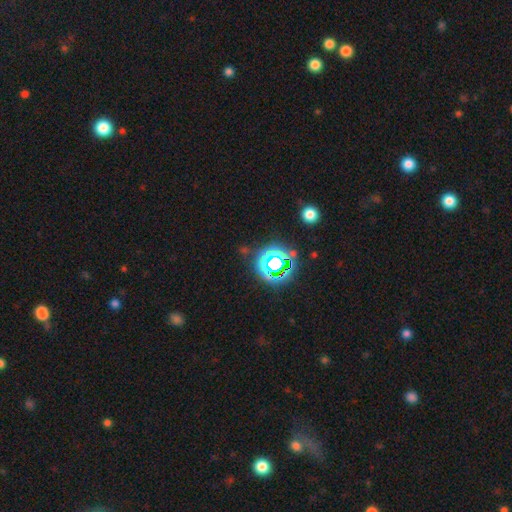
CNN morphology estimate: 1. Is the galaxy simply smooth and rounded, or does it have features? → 73% star or artifact, 21% smooth, 7% featured or disk.